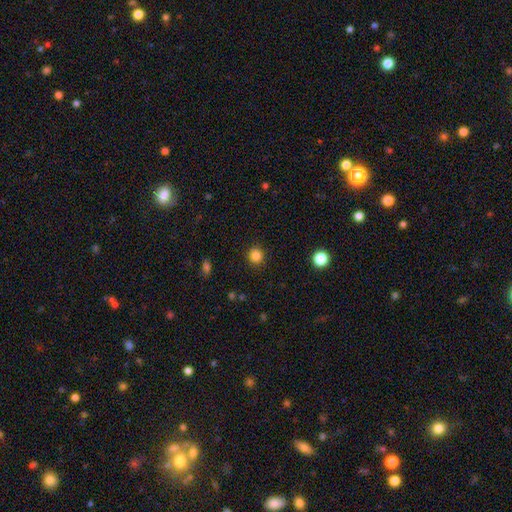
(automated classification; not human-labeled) Morphology: type=smooth (84%); roundness=round (91%); merging=none (91%).